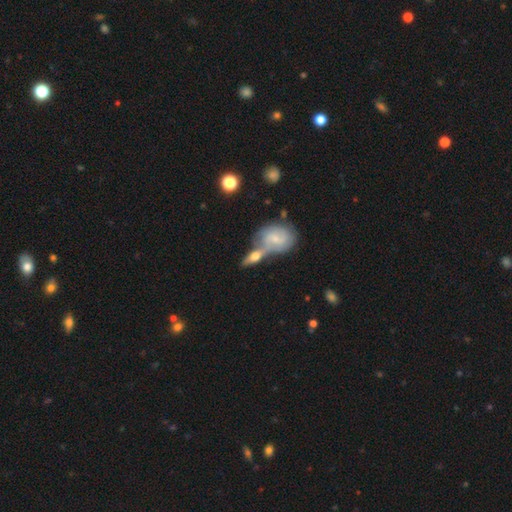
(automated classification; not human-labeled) smooth_or_featured: featured or disk (p=0.57) [alt: smooth p=0.35]
disk_edge_on: yes (p=0.56) [alt: no p=0.44]
merging: merger (p=0.46) [alt: none p=0.39]